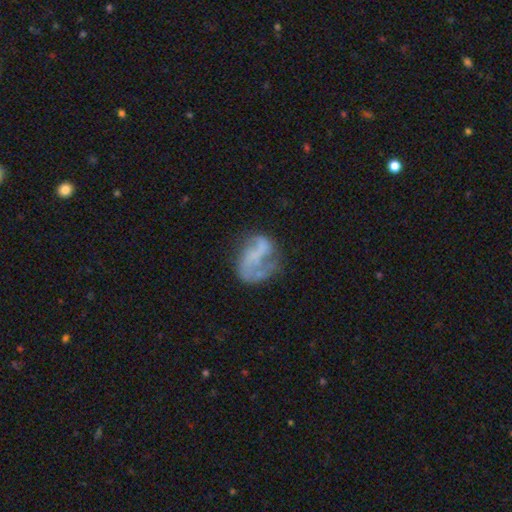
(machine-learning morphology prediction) Smooth or featured: featured or disk — 68% (smooth — 22%)
Edge-on disk: no — 98% (yes — 2%)
Bar: no — 60% (weak — 27%)
Spiral arms: yes — 71% (no — 29%)
Bulge size: none — 74% (small — 13%)
Merging: none — 41% (major disturbance — 31%)